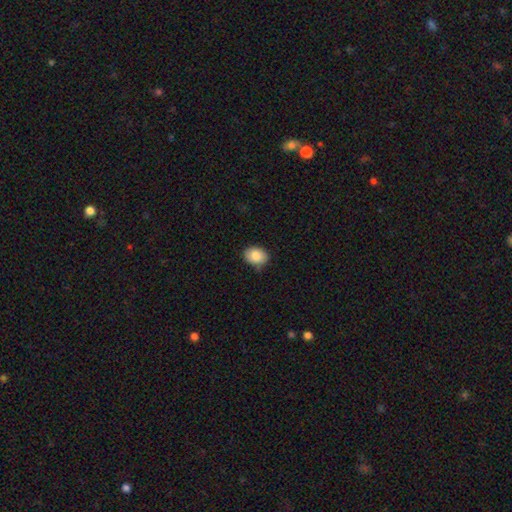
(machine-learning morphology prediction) This is clearly a smooth galaxy (86%). How rounded: likely in between (66%). Merging: clearly none (83%).